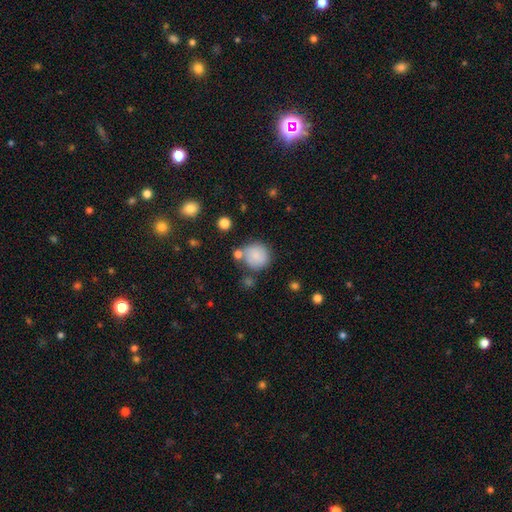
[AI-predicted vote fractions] Smooth or featured? smooth (78%)
How rounded? round (88%)
Merging? none (63%)